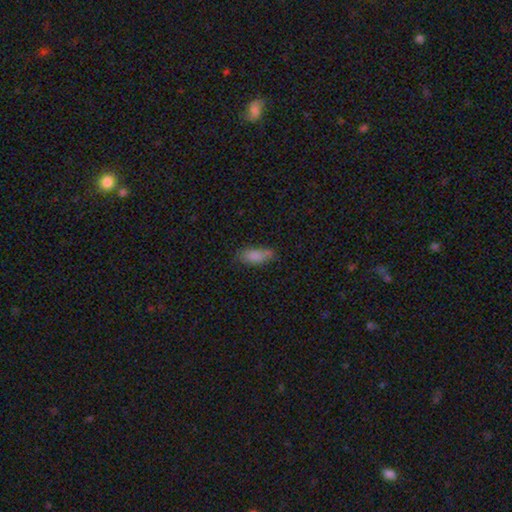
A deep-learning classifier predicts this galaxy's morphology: smooth-or-featured: smooth: 84% | featured or disk: 8% | star or artifact: 8%
  how-rounded: in between: 76% | cigar-shaped: 22% | round: 2%
  merging: none: 68% | minor disturbance: 24% | major disturbance: 5% | merger: 3%